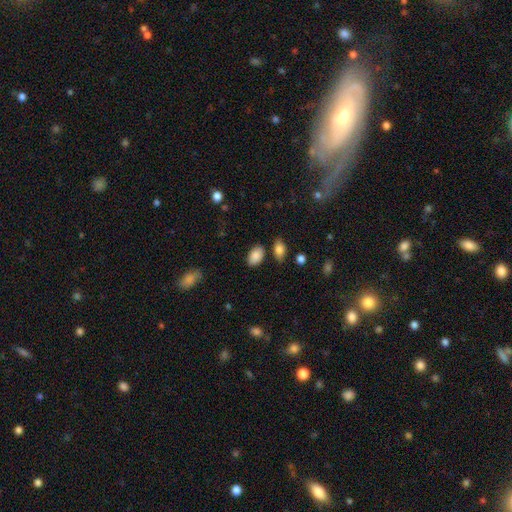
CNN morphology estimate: A smooth galaxy with no disk features (88%) that is in between round and cigar-shaped (92%). Merging: none (80%).